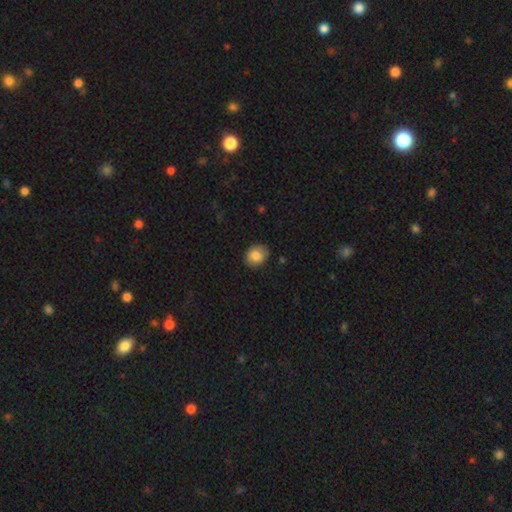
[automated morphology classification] Smooth or featured?
  - smooth: 85% *
  - star or artifact: 8%
  - featured or disk: 7%
How rounded?
  - round: 66% *
  - in between: 33%
  - cigar-shaped: 1%
Merging?
  - none: 86% *
  - minor disturbance: 11%
  - major disturbance: 2%
  - merger: 1%